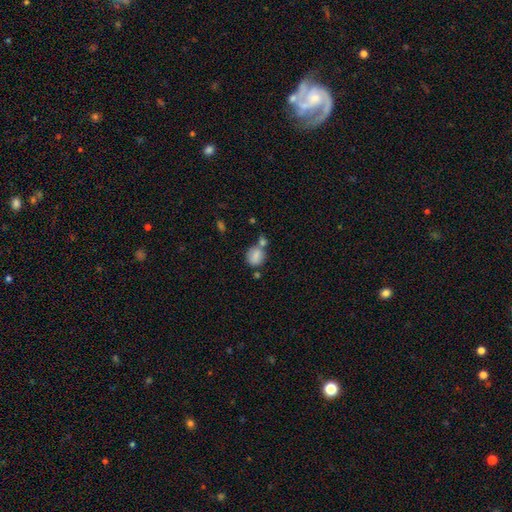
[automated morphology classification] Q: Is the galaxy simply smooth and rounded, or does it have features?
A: smooth — 82%.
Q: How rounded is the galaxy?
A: round — 63%.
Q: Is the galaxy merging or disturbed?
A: none — 47%.